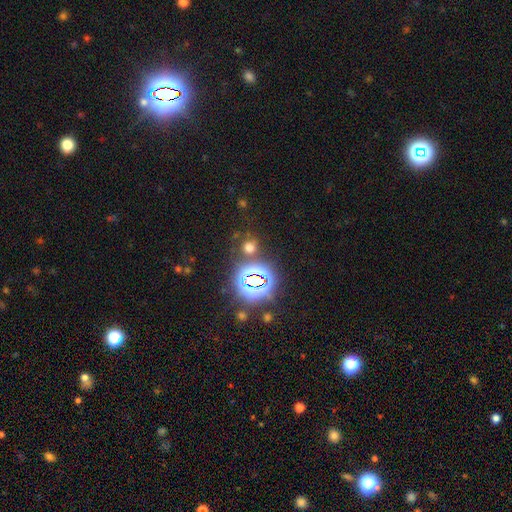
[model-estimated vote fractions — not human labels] Smooth or featured: star or artifact — 75% (smooth — 17%)